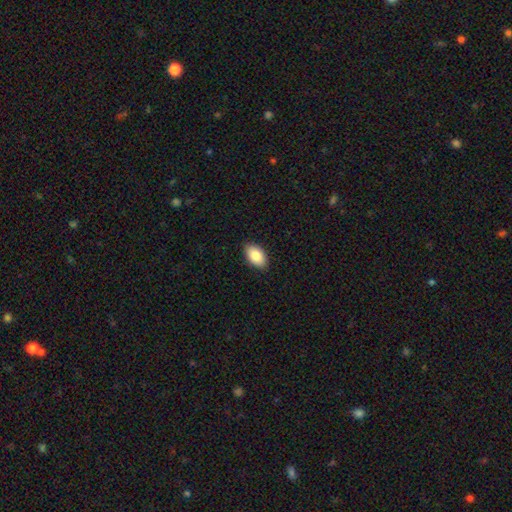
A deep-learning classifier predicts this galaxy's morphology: This appears to be a smooth galaxy with no disk features (86%) that is in between round and cigar-shaped (94%). Merging: none (88%).